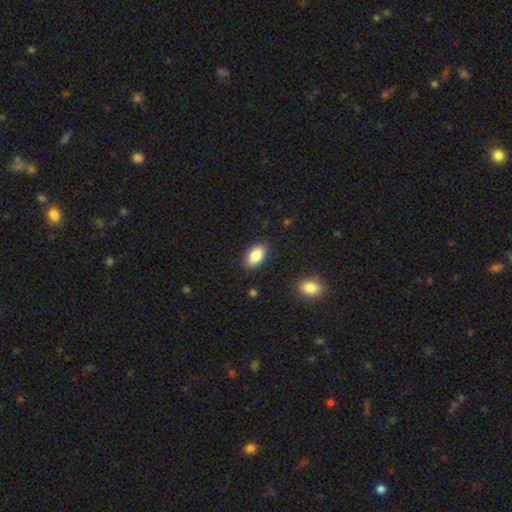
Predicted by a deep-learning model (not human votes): A smooth galaxy with no disk features (86%) that is in between round and cigar-shaped (92%).

Vote fractions:
- Smooth or featured? smooth: 86% / star or artifact: 7% / featured or disk: 7%
- How rounded? in between: 92% / round: 6% / cigar-shaped: 2%
- Merging? none: 87% / minor disturbance: 9% / major disturbance: 2% / merger: 2%